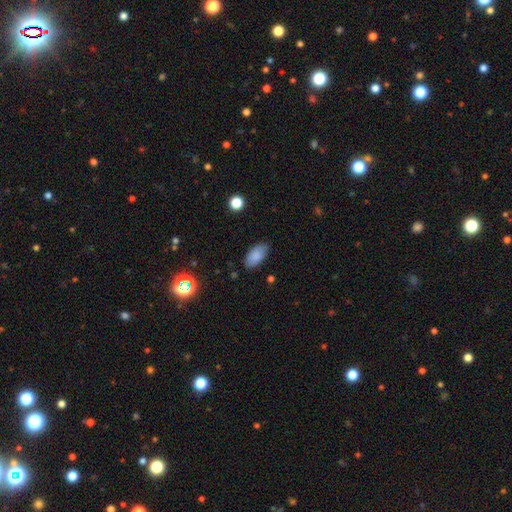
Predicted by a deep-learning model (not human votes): The model was most divided on "merging": none: 84%, minor disturbance: 12%, major disturbance: 3%, merger: 1%. More confident: how rounded — in between (93%); smooth or featured — smooth (86%).